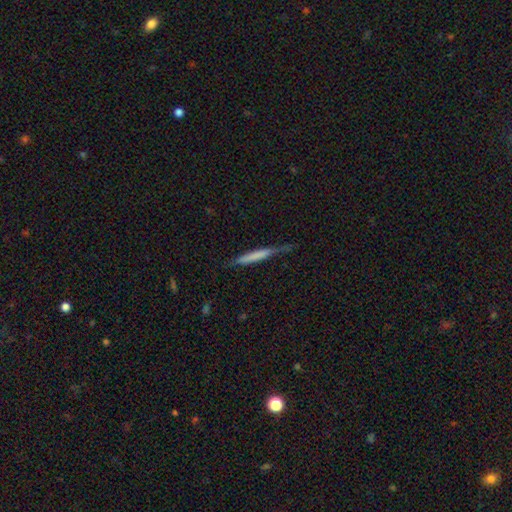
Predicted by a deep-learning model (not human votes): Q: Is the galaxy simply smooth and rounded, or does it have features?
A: smooth — 59%.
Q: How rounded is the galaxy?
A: cigar-shaped — 95%.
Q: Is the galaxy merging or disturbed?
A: none — 64%.